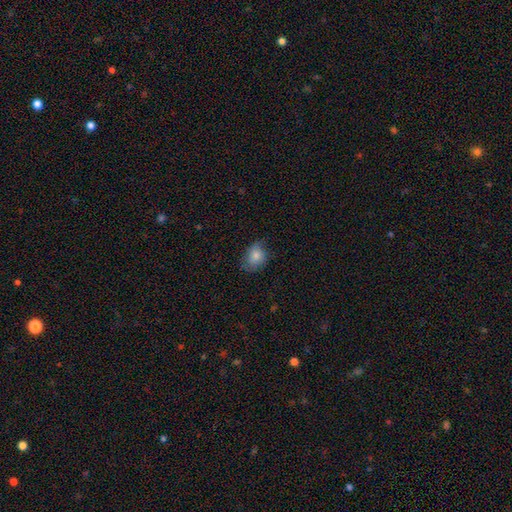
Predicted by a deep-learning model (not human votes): This appears to be a smooth galaxy with no disk features (81%) that is in between round and cigar-shaped (62%). Merging: none (64%).